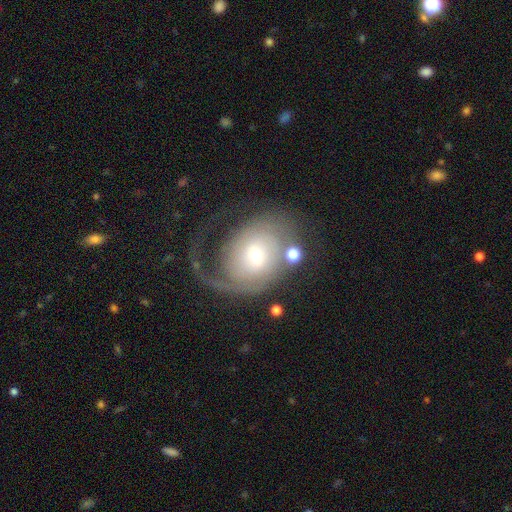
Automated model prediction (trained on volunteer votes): This appears to be a featured or disk galaxy (71%) with no bar (68%), 1 (50%) loose (35%) spiral arms (85%) and a moderate central bulge (53%). Merging: major disturbance (39%, tied with none).